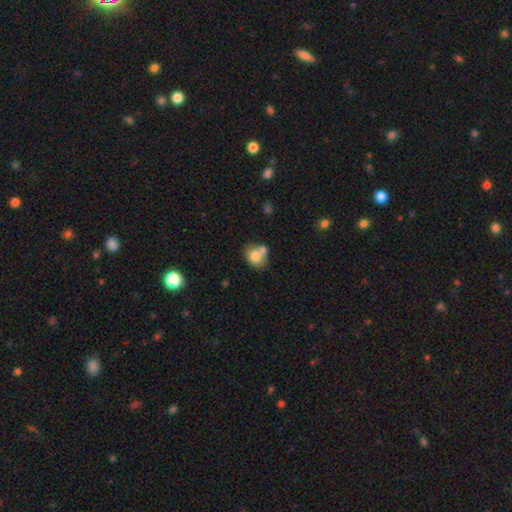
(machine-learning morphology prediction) Overall: smooth (75%). How rounded: round (58%; in between 41%). Merging: none (44%; merger 39%).